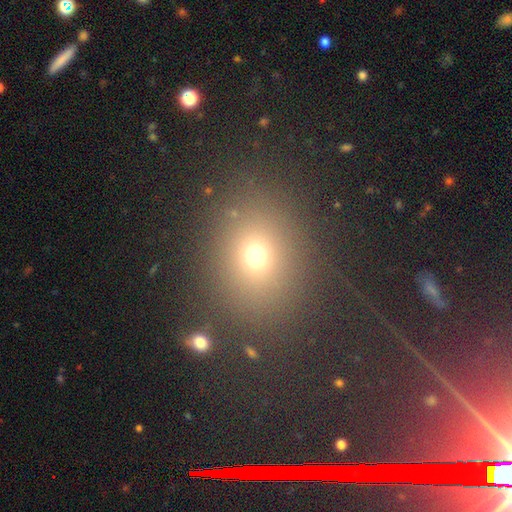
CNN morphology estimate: Smooth or featured? Predicted: smooth (p=0.67). How rounded? Predicted: round (p=0.64). Merging? Predicted: none (p=0.82).